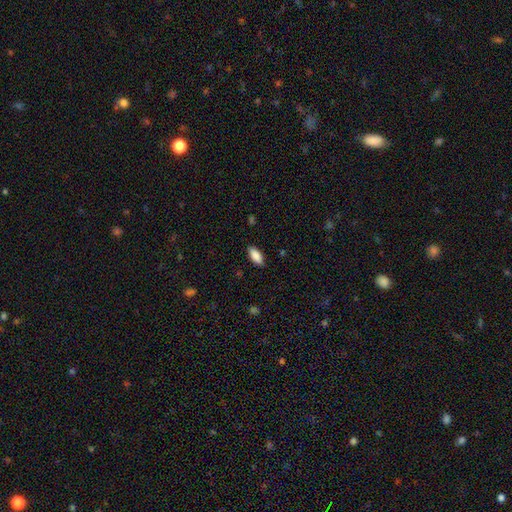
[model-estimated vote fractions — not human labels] A smooth galaxy with no disk features (89%) that is in between round and cigar-shaped (86%).

Vote fractions:
- Smooth or featured? smooth: 89% / star or artifact: 6% / featured or disk: 5%
- How rounded? in between: 86% / cigar-shaped: 12% / round: 2%
- Merging? none: 87% / minor disturbance: 10% / major disturbance: 2% / merger: 1%